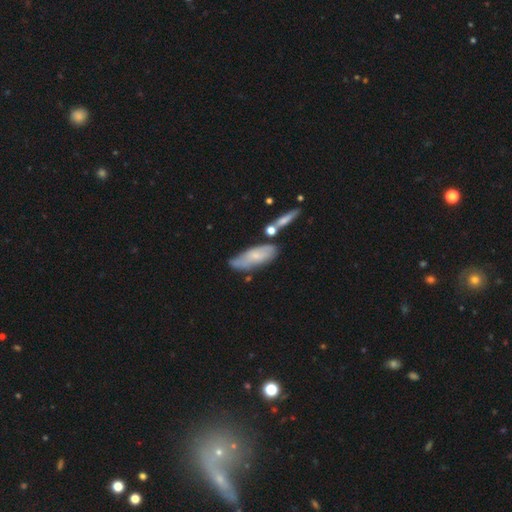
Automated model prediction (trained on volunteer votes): Overall: smooth (59%; featured or disk 34%). How rounded: in between (67%; cigar-shaped 31%). Merging: none (59%; minor disturbance 23%).